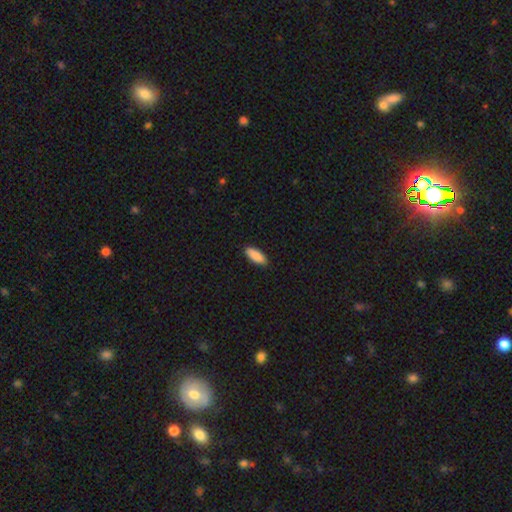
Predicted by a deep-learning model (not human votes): smooth_or_featured: smooth (p=0.89) [alt: star or artifact p=0.06]
how_rounded: in between (p=0.76) [alt: cigar-shaped p=0.22]
merging: none (p=0.90) [alt: minor disturbance p=0.07]